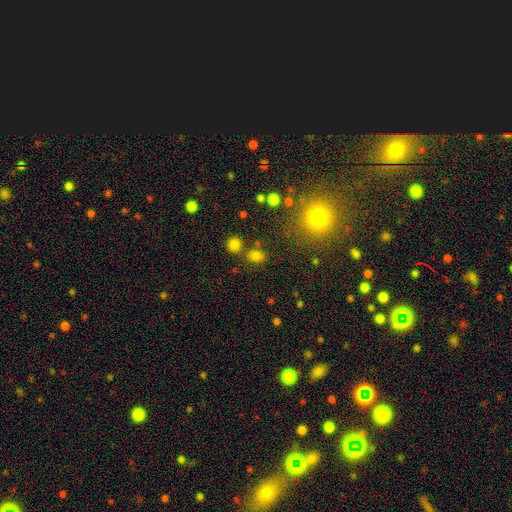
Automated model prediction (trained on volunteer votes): smooth_or_featured: smooth (p=0.77) [alt: star or artifact p=0.17]
how_rounded: round (p=0.52) [alt: in between p=0.46]
merging: none (p=0.76) [alt: merger p=0.11]